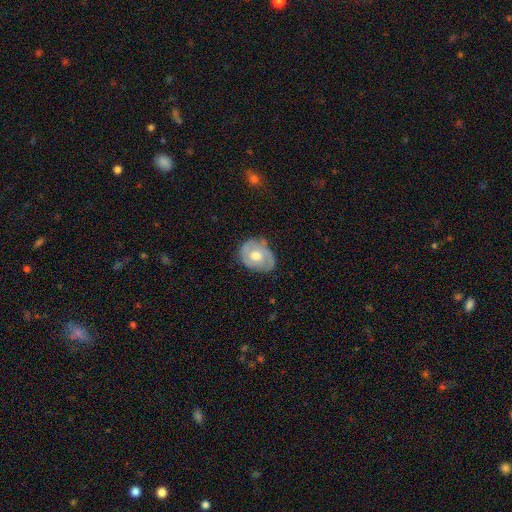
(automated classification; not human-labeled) Smooth or featured? featured or disk (54%)
Edge-on disk? no (95%)
Bar? no (77%)
Spiral arms? yes (57%)
Bulge size? moderate (71%)
Merging? none (63%)